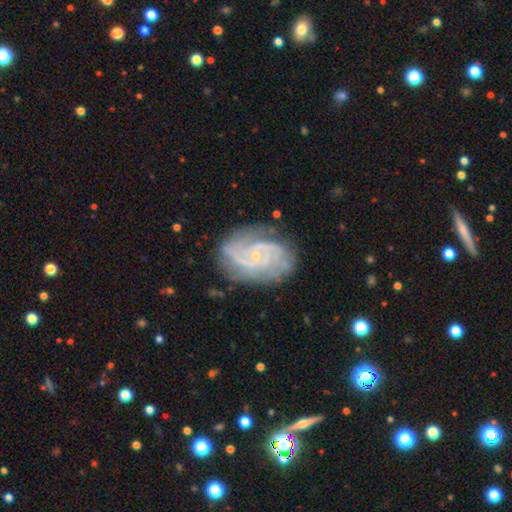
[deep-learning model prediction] The model was most divided on "spiral winding": tight: 49%, medium: 42%, loose: 10%. Remaining: edge-on disk — no (98%); spiral arms — yes (97%); smooth or featured — featured or disk (87%); bulge size — small (83%); merging — none (75%); bar — no (59%); spiral arm count — 2 (40%).